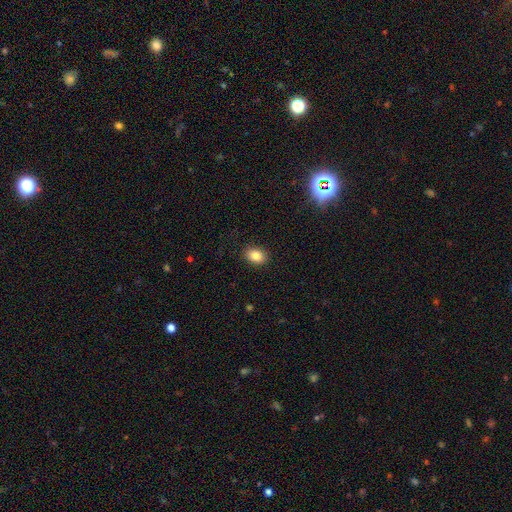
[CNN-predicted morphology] Smooth or featured? Predicted: smooth (p=0.86). How rounded? Predicted: in between (p=0.74). Merging? Predicted: none (p=0.89).